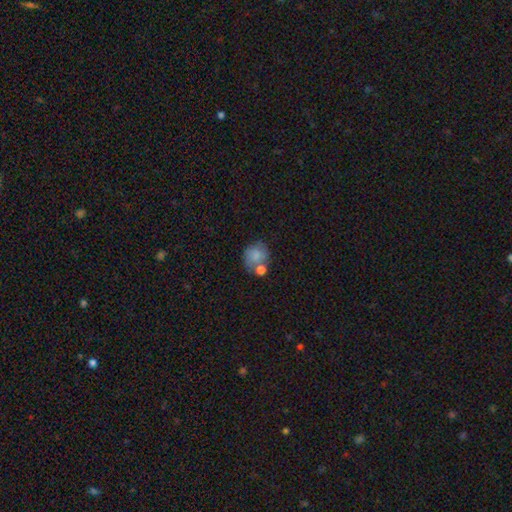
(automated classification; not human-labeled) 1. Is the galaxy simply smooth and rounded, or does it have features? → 76% smooth, 16% featured or disk, 9% star or artifact.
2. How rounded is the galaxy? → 72% round, 27% in between, 1% cigar-shaped.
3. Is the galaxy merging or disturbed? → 44% none, 32% merger, 17% minor disturbance, 8% major disturbance.